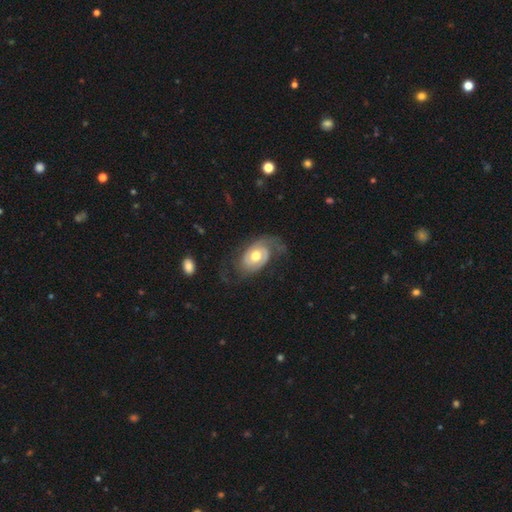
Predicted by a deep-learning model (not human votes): Smooth or featured?
  - featured or disk: 76% *
  - smooth: 19%
  - star or artifact: 5%
Edge-on disk?
  - no: 96% *
  - yes: 4%
Bar?
  - no: 74% *
  - weak: 21%
  - strong: 5%
Spiral arms?
  - yes: 87% *
  - no: 13%
Spiral winding?
  - tight: 41% *
  - medium: 35%
  - loose: 25%
Spiral arm count?
  - 2: 62% *
  - 1: 18%
  - can't tell: 13%
  - 3: 4%
  - 4: 2%
  - more than 4: 2%
Bulge size?
  - moderate: 72% *
  - large: 18%
  - small: 7%
  - dominant: 1%
  - none: 1%
Merging?
  - none: 54% *
  - major disturbance: 22%
  - minor disturbance: 22%
  - merger: 2%